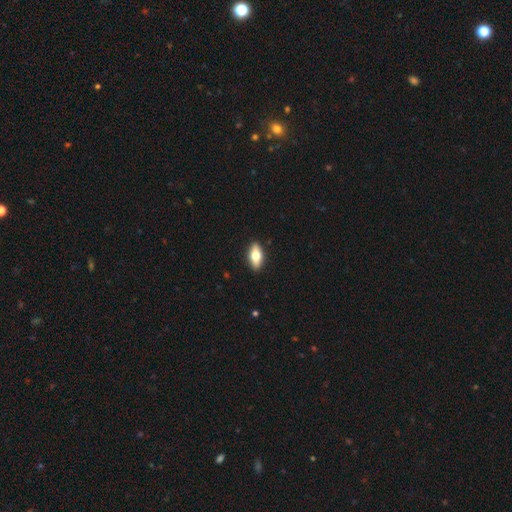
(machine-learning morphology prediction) A smooth galaxy with no disk features (67%) that is in between round and cigar-shaped (83%). Merging: none (90%).